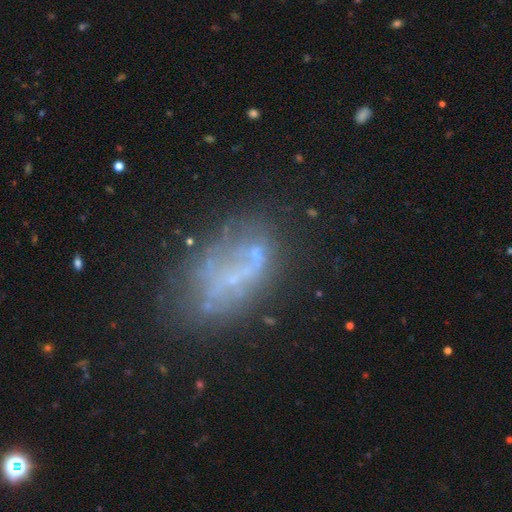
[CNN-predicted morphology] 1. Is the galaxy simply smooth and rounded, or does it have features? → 46% featured or disk, 28% smooth, 26% star or artifact.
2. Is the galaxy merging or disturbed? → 47% none, 24% major disturbance, 19% minor disturbance, 10% merger.